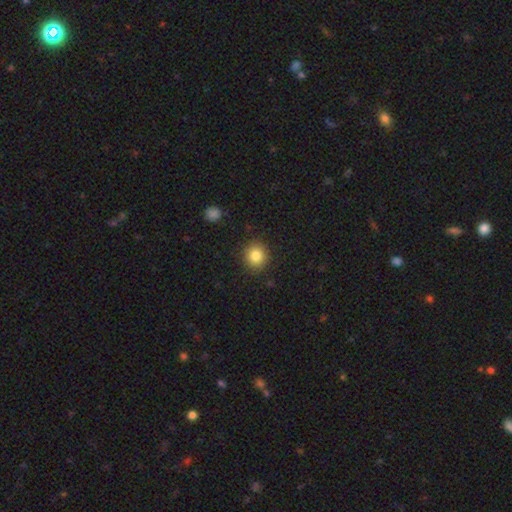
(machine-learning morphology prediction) A smooth galaxy with no disk features (83%) that is round (86%).

Vote fractions:
- Smooth or featured? smooth: 83% / star or artifact: 11% / featured or disk: 6%
- How rounded? round: 86% / in between: 13% / cigar-shaped: 1%
- Merging? none: 89% / minor disturbance: 7% / major disturbance: 2% / merger: 1%